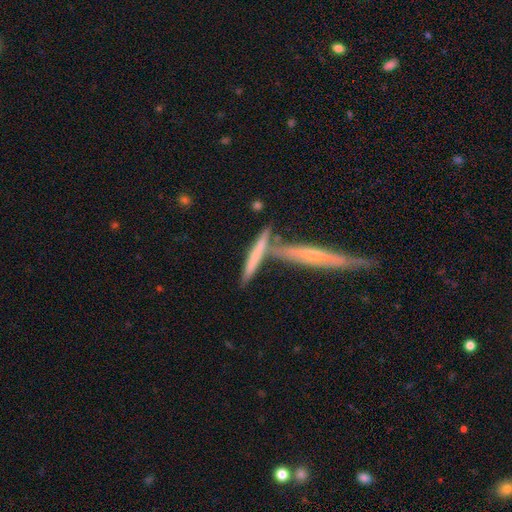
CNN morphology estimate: This is possibly a smooth galaxy (50%). Merging: possibly none (56%).